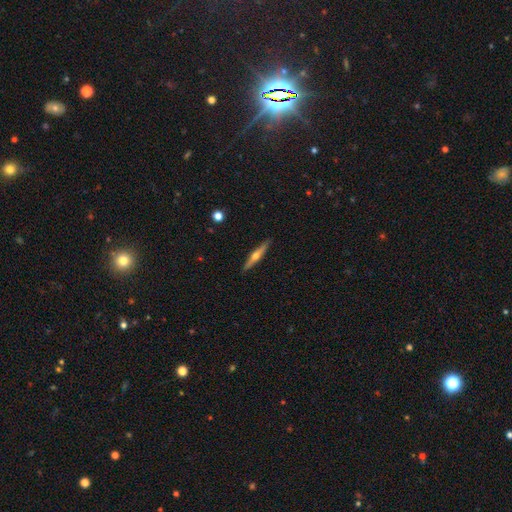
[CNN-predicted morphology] The model was most divided on "smooth or featured": featured or disk: 67%, smooth: 27%, star or artifact: 6%. More confident: edge-on disk — yes (97%); edge-on bulge — rounded (92%); merging — none (91%).